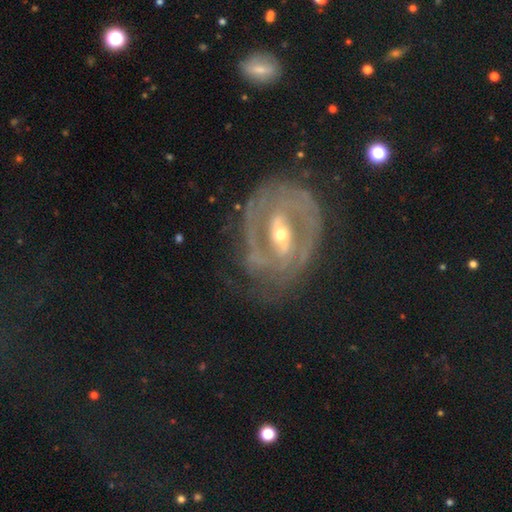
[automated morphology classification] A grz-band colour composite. It shows a featured or disk galaxy (88%) with a strong bar (51%), 2 (54%) tight (58%) spiral arms (89%) and a moderate central bulge (49%). Merging: none (68%).